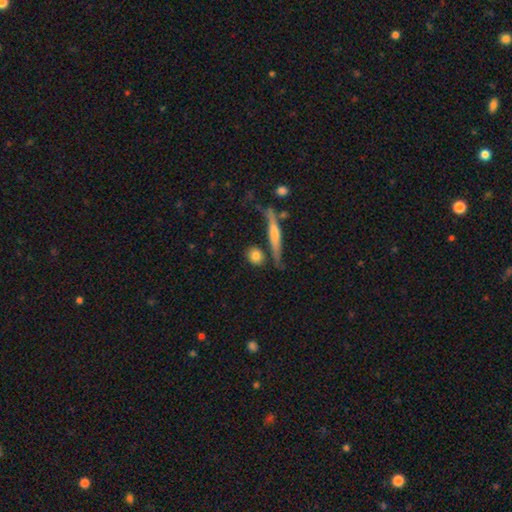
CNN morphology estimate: Smooth or featured: smooth — 78% (featured or disk — 14%)
How rounded: round — 54% (in between — 30%)
Merging: none — 73% (minor disturbance — 14%)